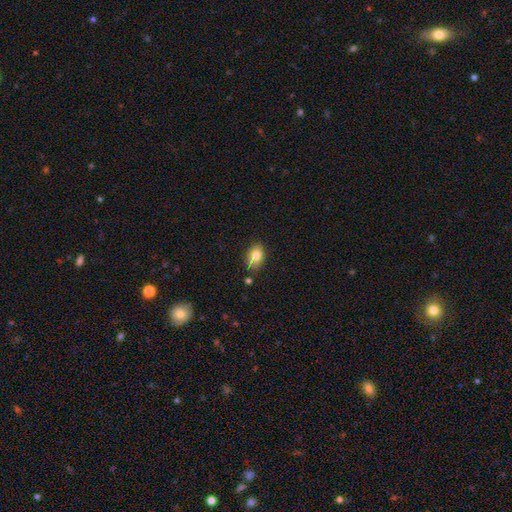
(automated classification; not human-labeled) Smooth or featured? smooth (79%)
How rounded? in between (77%)
Merging? none (66%)